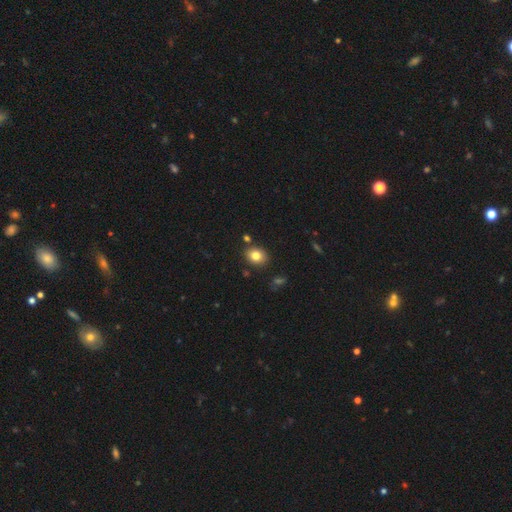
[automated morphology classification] A smooth galaxy with no disk features (80%) that is round (53%). Merging: none (83%).